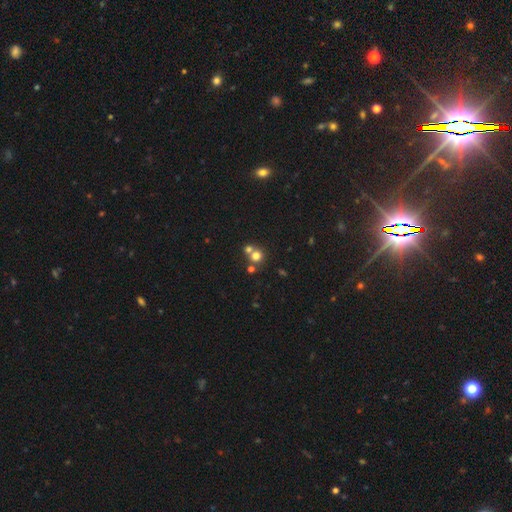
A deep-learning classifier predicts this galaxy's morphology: smooth-or-featured: smooth: 72% | star or artifact: 16% | featured or disk: 12%
  how-rounded: round: 87% | in between: 12% | cigar-shaped: 1%
  merging: none: 49% | merger: 42% | minor disturbance: 6% | major disturbance: 3%